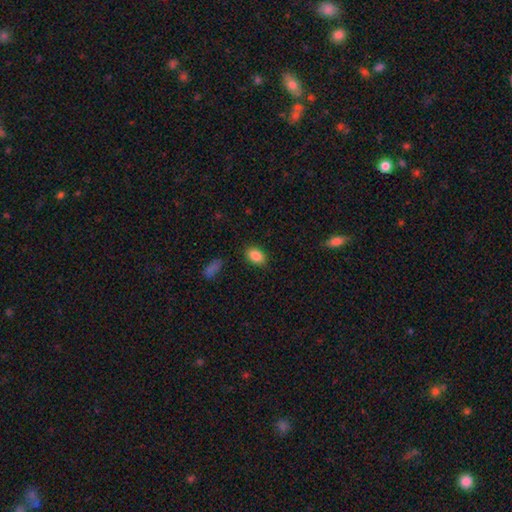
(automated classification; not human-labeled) A smooth galaxy with no disk features (86%) that is in between round and cigar-shaped (85%). Merging: none (86%).